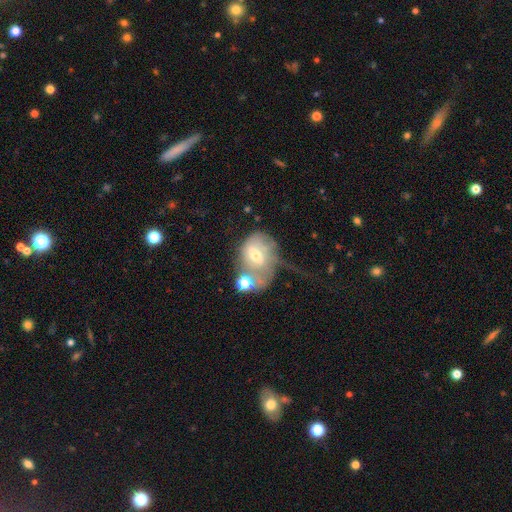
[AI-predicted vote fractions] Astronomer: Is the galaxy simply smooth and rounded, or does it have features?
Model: featured or disk — 52% (runner-up: smooth, 38%).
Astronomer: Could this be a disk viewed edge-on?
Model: no — 95%.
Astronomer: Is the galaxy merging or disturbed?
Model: major disturbance — 36% (runner-up: merger, 30%).